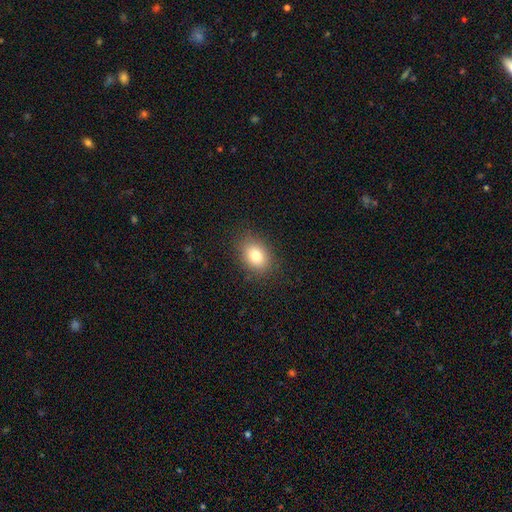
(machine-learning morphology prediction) This is likely a smooth galaxy (80%). How rounded: likely in between (68%). Merging: clearly none (86%).